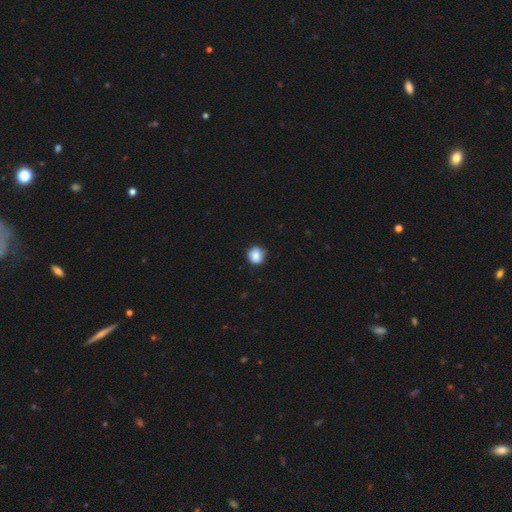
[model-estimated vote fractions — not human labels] Smooth or featured: smooth — 85% (star or artifact — 9%)
How rounded: round — 83% (in between — 16%)
Merging: none — 76% (minor disturbance — 19%)